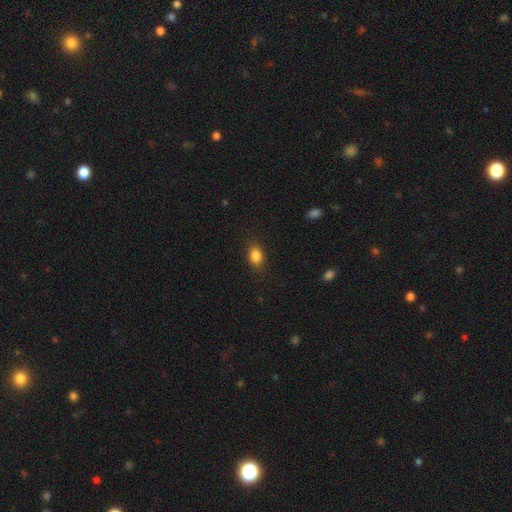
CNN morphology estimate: A smooth galaxy with no disk features (85%) that is in between round and cigar-shaped (78%). Merging: none (86%).